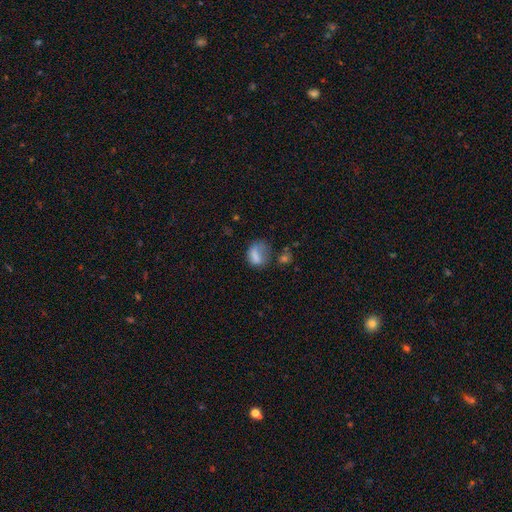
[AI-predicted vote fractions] smooth_or_featured: smooth (p=0.72) [alt: featured or disk p=0.16]
how_rounded: in between (p=0.63) [alt: round p=0.34]
merging: none (p=0.33) [alt: major disturbance p=0.31]